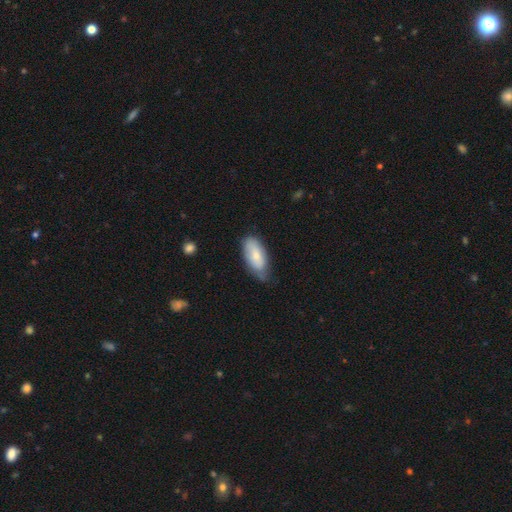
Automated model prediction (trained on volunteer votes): This is likely a smooth galaxy (73%). How rounded: clearly in between (90%). Merging: possibly none (58%).